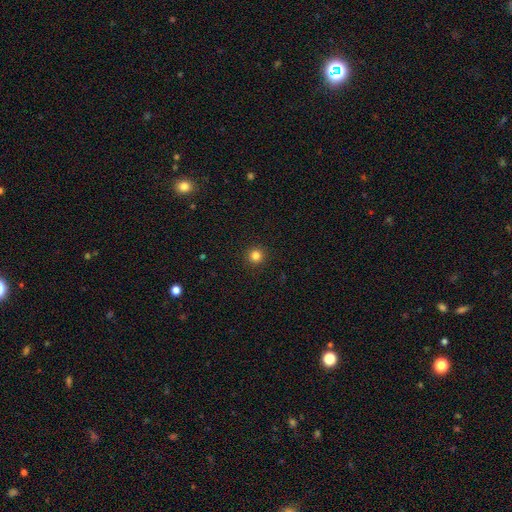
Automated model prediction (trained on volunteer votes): Morphology: type=smooth (82%); roundness=round (95%); merging=none (93%).